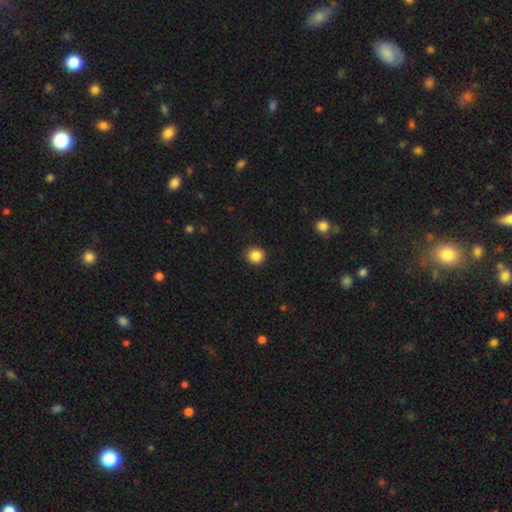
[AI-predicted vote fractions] This appears to be a smooth galaxy with no disk features (86%) that is round (86%). Merging: none (89%).